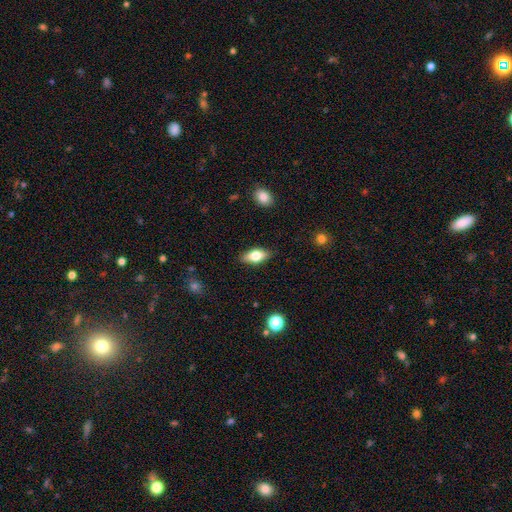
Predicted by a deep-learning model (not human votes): Q: Smooth or featured?
A: smooth (69%); runner-up: featured or disk (24%)
Q: How rounded?
A: in between (83%); runner-up: cigar-shaped (12%)
Q: Merging?
A: none (87%); runner-up: minor disturbance (10%)